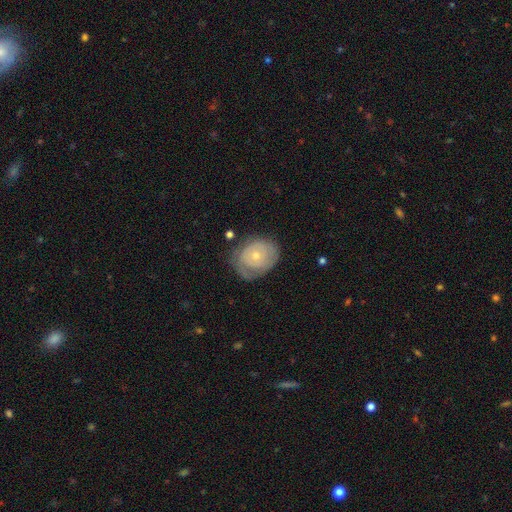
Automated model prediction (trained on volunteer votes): smooth_or_featured: featured or disk (p=0.52) [alt: smooth p=0.42]
disk_edge_on: no (p=0.96) [alt: yes p=0.04]
merging: none (p=0.56) [alt: minor disturbance p=0.29]